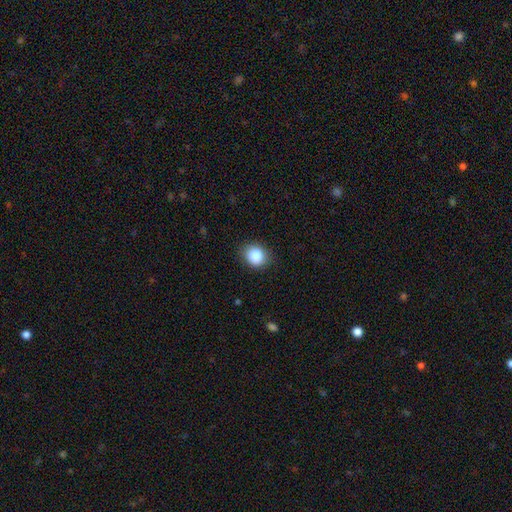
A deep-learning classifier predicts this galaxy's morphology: Q: Smooth or featured?
A: smooth (87%); runner-up: star or artifact (9%)
Q: How rounded?
A: round (69%); runner-up: in between (30%)
Q: Merging?
A: none (85%); runner-up: minor disturbance (12%)